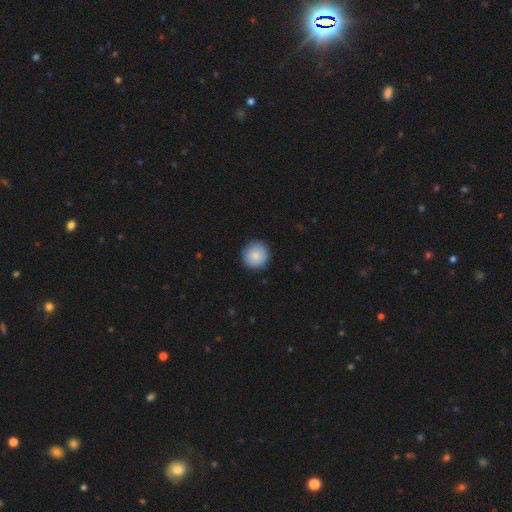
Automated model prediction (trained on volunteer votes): Morphology: type=smooth (87%); roundness=round (95%); merging=none (91%).